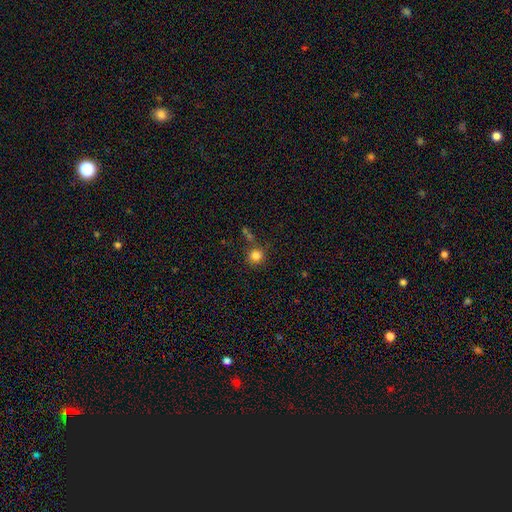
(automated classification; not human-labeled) This is clearly a smooth galaxy (82%). How rounded: clearly round (89%). Merging: likely none (74%).